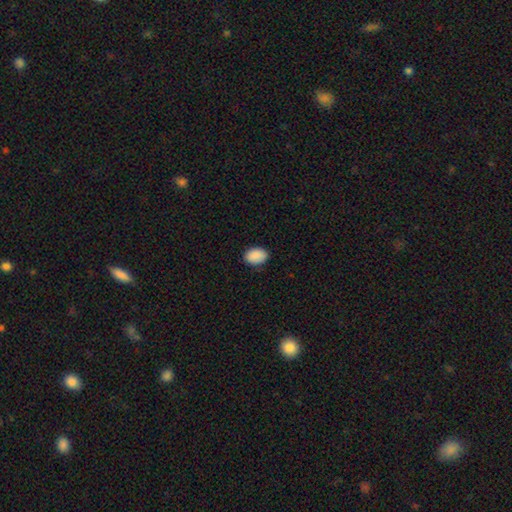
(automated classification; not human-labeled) Smooth or featured? smooth (91%)
How rounded? in between (82%)
Merging? none (88%)